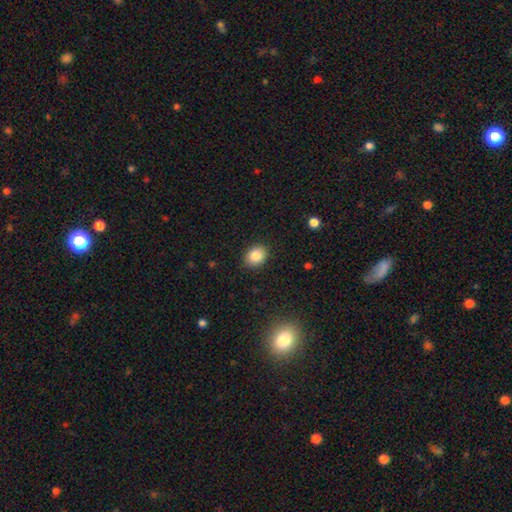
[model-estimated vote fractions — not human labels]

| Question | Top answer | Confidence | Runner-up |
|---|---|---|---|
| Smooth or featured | smooth | 84% | star or artifact (9%) |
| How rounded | in between | 55% | round (44%) |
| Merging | none | 88% | minor disturbance (8%) |